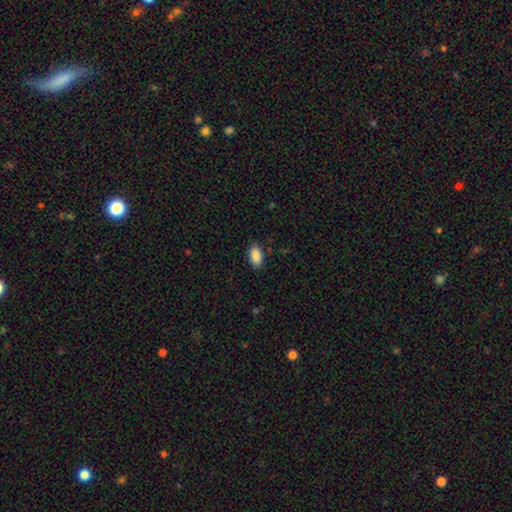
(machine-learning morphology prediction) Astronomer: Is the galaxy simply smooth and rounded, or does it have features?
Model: smooth — 90%.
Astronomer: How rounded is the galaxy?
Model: in between — 92%.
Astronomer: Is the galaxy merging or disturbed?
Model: none — 86%.